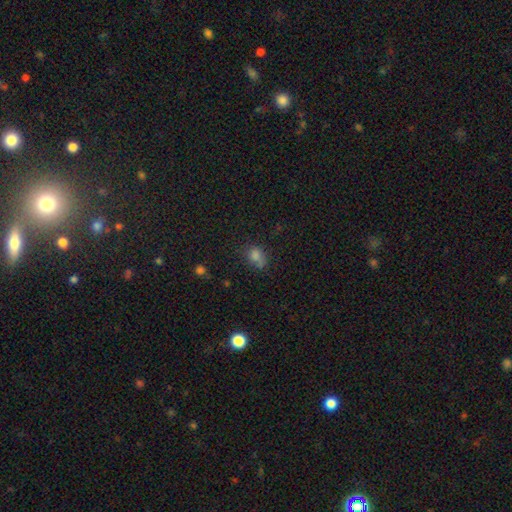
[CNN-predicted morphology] Smooth or featured: smooth — 74% (star or artifact — 17%)
How rounded: round — 52% (in between — 46%)
Merging: none — 48% (minor disturbance — 24%)